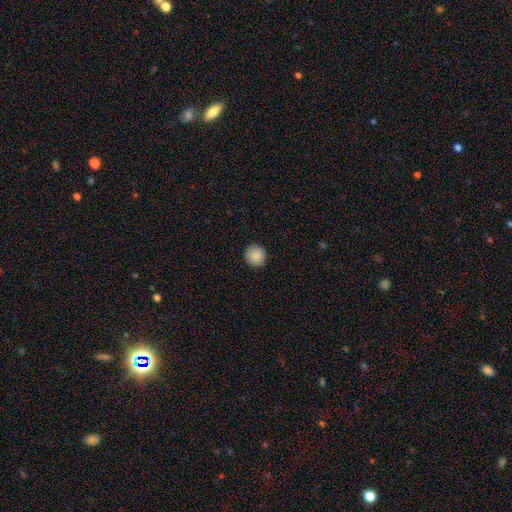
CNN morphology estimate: smooth_or_featured: smooth (p=0.87) [alt: star or artifact p=0.08]
how_rounded: round (p=0.93) [alt: in between p=0.06]
merging: none (p=0.90) [alt: minor disturbance p=0.08]